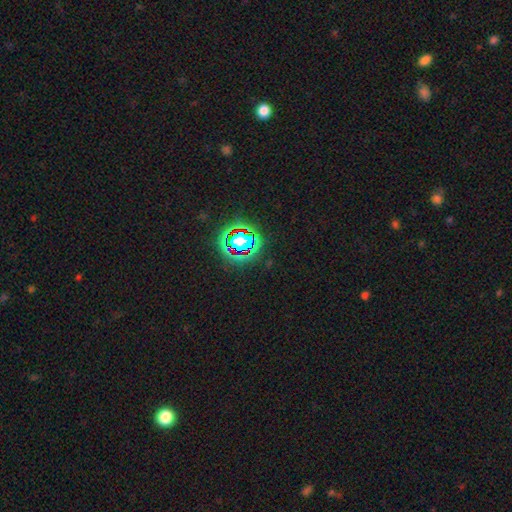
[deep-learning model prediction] Smooth or featured? star or artifact (79%)